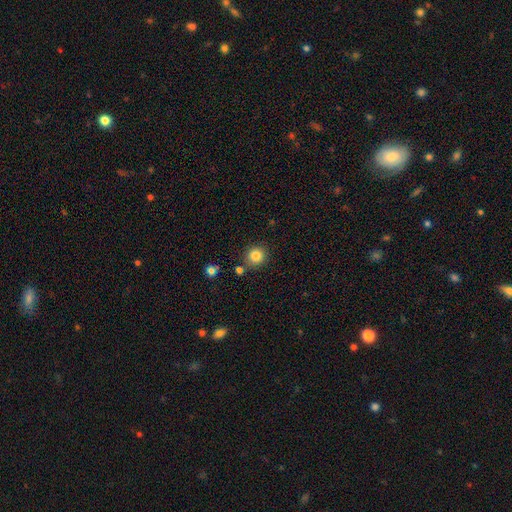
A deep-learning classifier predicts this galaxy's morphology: type=smooth (84%); roundness=round (89%); merging=none (82%).